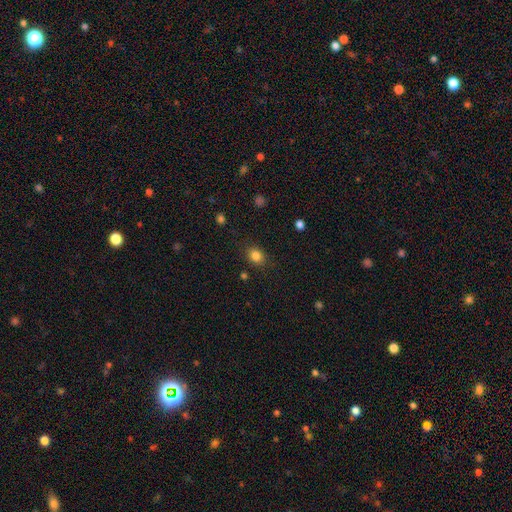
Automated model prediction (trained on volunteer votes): smooth_or_featured: smooth (p=0.83) [alt: star or artifact p=0.12]
how_rounded: round (p=0.55) [alt: in between p=0.44]
merging: none (p=0.83) [alt: minor disturbance p=0.11]